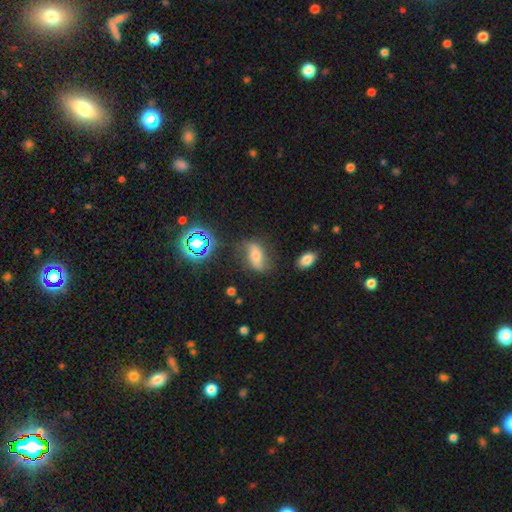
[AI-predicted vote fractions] Smooth or featured?
  - smooth: 42% *
  - featured or disk: 41%
  - star or artifact: 17%
Merging?
  - none: 67% *
  - minor disturbance: 20%
  - major disturbance: 9%
  - merger: 4%